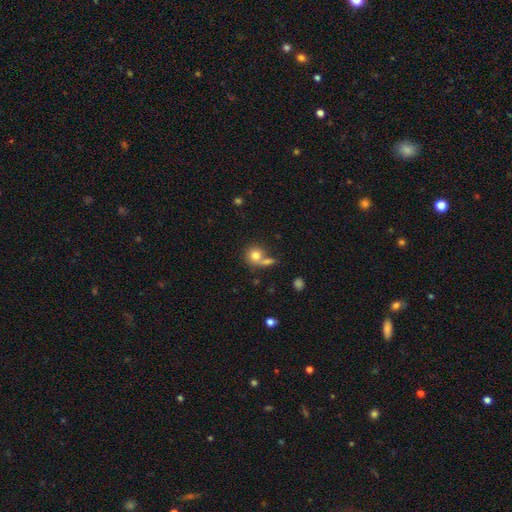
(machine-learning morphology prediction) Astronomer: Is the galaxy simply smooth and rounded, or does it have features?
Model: smooth — 79%.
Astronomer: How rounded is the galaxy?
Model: round — 84%.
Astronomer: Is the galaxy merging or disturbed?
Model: none — 47% (runner-up: merger, 35%).